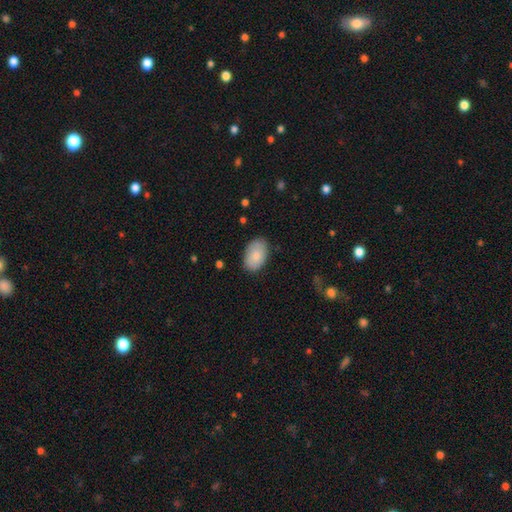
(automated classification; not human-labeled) Overall: smooth (83%). How rounded: in between (91%). Merging: none (82%).